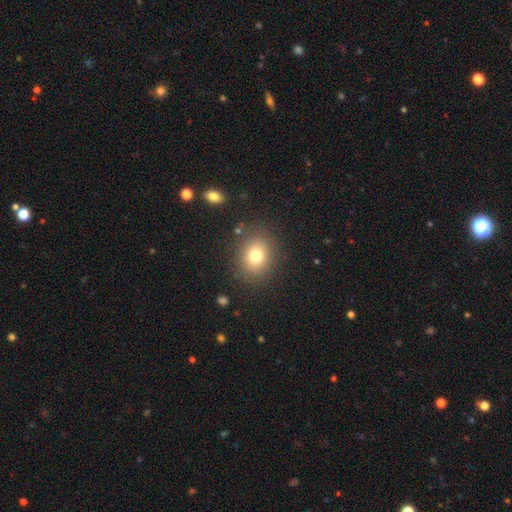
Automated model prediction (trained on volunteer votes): A smooth galaxy with no disk features (77%) that is round (63%).

Vote fractions:
- Smooth or featured? smooth: 77% / star or artifact: 13% / featured or disk: 10%
- How rounded? round: 63% / in between: 37% / cigar-shaped: 1%
- Merging? none: 86% / minor disturbance: 8% / major disturbance: 4% / merger: 2%